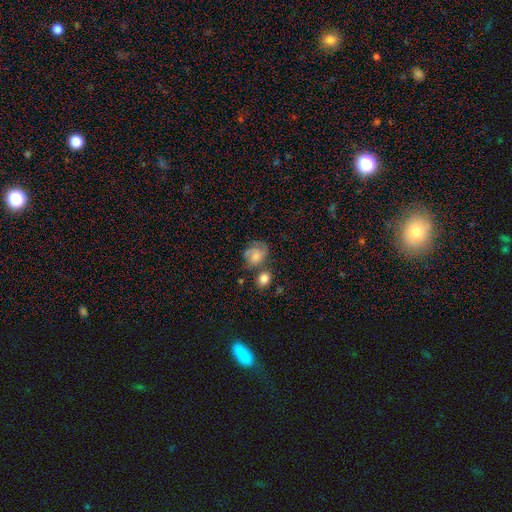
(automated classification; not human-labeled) This is possibly a smooth galaxy (50%). Merging: possibly none (47%).